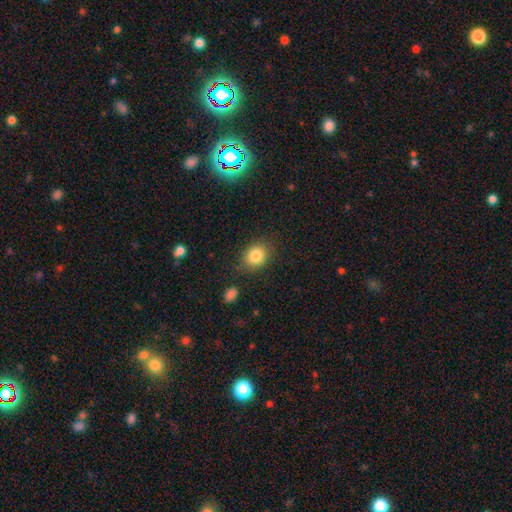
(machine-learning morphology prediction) Overall: smooth (83%). How rounded: in between (50%; round 49%). Merging: none (81%).